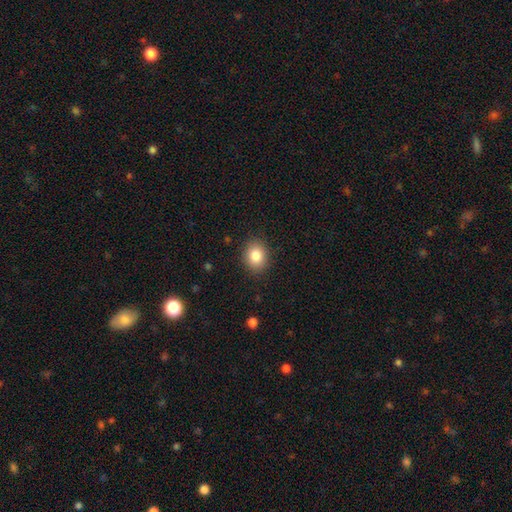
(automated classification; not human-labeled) Smooth or featured?
  - smooth: 85% *
  - star or artifact: 9%
  - featured or disk: 6%
How rounded?
  - round: 57% *
  - in between: 42%
  - cigar-shaped: 1%
Merging?
  - none: 88% *
  - minor disturbance: 8%
  - major disturbance: 3%
  - merger: 1%